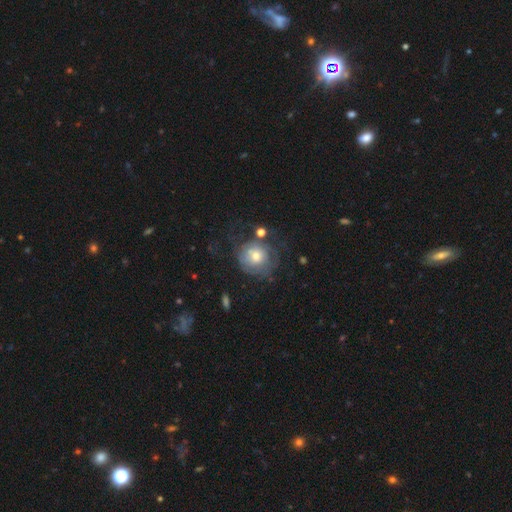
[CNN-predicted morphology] Smooth or featured? Predicted: featured or disk (p=0.49). Merging? Predicted: none (p=0.49).